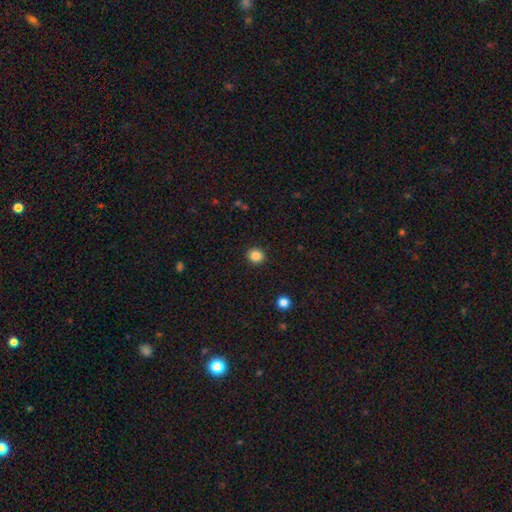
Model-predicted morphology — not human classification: smooth_or_featured: smooth (p=0.86) [alt: star or artifact p=0.10]
how_rounded: round (p=0.85) [alt: in between p=0.14]
merging: none (p=0.92) [alt: minor disturbance p=0.05]